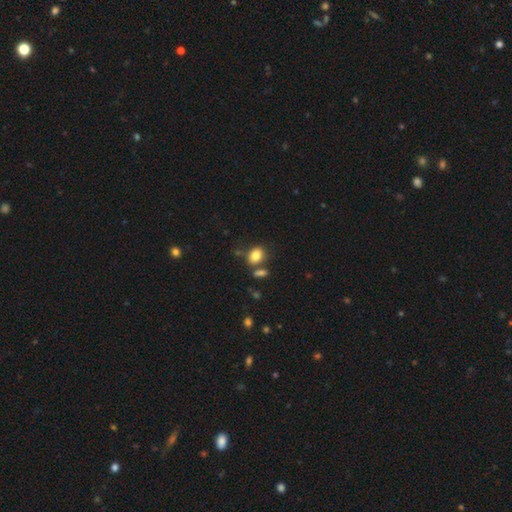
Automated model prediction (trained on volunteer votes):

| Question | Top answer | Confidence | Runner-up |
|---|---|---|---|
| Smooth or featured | smooth | 82% | star or artifact (10%) |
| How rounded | in between | 69% | round (30%) |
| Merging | none | 66% | merger (16%) |